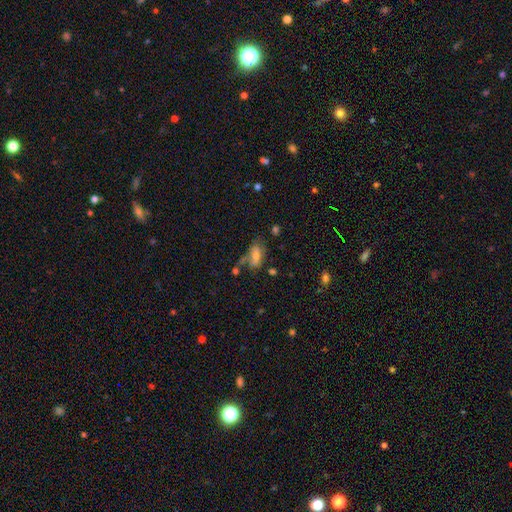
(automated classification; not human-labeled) Smooth or featured: smooth — 52% (featured or disk — 38%)
How rounded: in between — 85% (cigar-shaped — 10%)
Merging: none — 42% (minor disturbance — 24%)